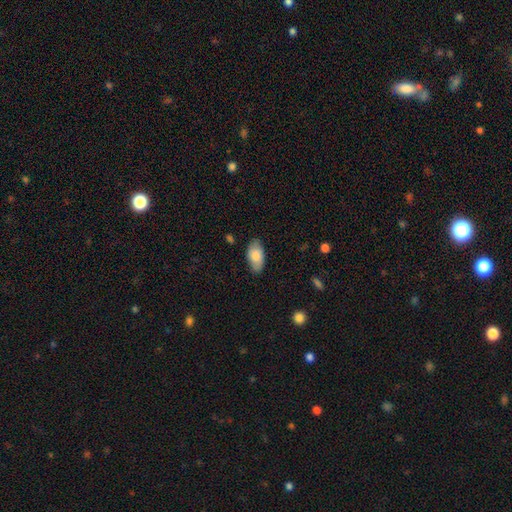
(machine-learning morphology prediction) smooth-or-featured: smooth: 81% | featured or disk: 13% | star or artifact: 6%
  how-rounded: in between: 94% | round: 3% | cigar-shaped: 3%
  merging: none: 81% | minor disturbance: 15% | major disturbance: 3% | merger: 1%